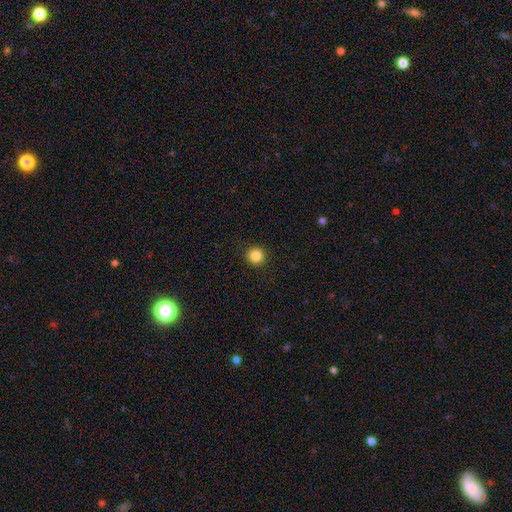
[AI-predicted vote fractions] smooth_or_featured: smooth (p=0.84) [alt: star or artifact p=0.11]
how_rounded: round (p=0.95) [alt: in between p=0.04]
merging: none (p=0.93) [alt: minor disturbance p=0.05]